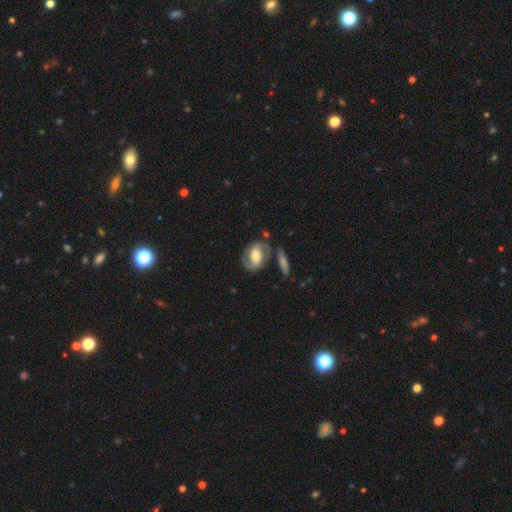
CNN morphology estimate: A featured or disk galaxy (73%) with a weak bar (40%), 2 (87%) medium (49%) spiral arms (91%) and a moderate central bulge (61%).

Vote fractions:
- Smooth or featured? featured or disk: 73% / smooth: 21% / star or artifact: 6%
- Edge-on disk? no: 96% / yes: 4%
- Bar? weak: 40% / no: 36% / strong: 24%
- Spiral arms? yes: 91% / no: 9%
- Spiral winding? medium: 49% / tight: 34% / loose: 17%
- Spiral arm count? 2: 87% / can't tell: 6% / 1: 4% / 3: 1% / 4: 1% / more than 4: 1%
- Bulge size? moderate: 61% / large: 18% / small: 17% / none: 2% / dominant: 2%
- Merging? none: 68% / minor disturbance: 16% / merger: 9% / major disturbance: 7%